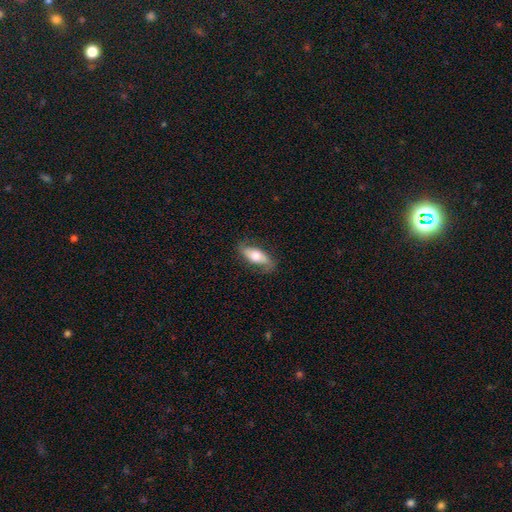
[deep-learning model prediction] smooth 53%, featured or disk 41%, star or artifact 6%. Down the decision tree: how rounded — in between (78%); merging — none (76%).